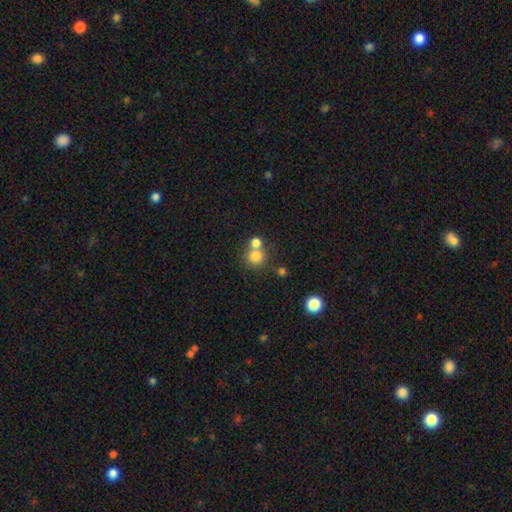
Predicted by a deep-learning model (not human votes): Overall: smooth (79%). How rounded: round (89%). Merging: none (54%; merger 35%).